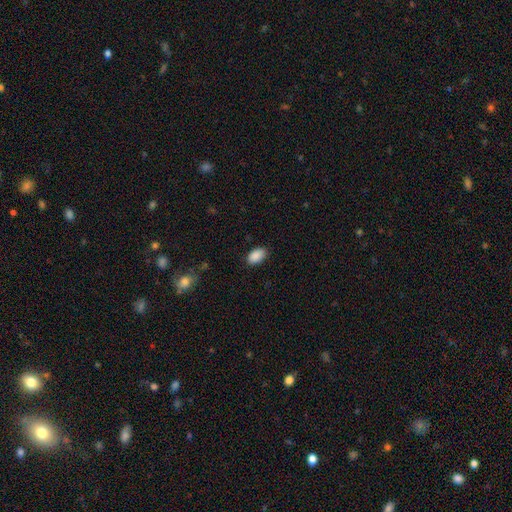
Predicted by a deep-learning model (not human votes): smooth 90%, star or artifact 7%, featured or disk 3%. Down the decision tree: how rounded — in between (93%); merging — none (84%).